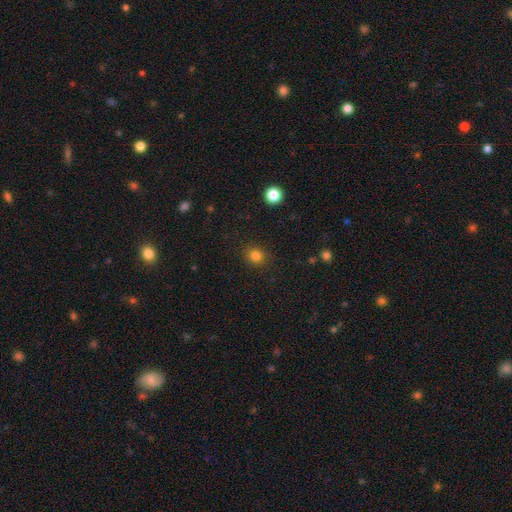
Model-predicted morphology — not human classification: type=smooth (82%); roundness=round (78%); merging=none (88%).